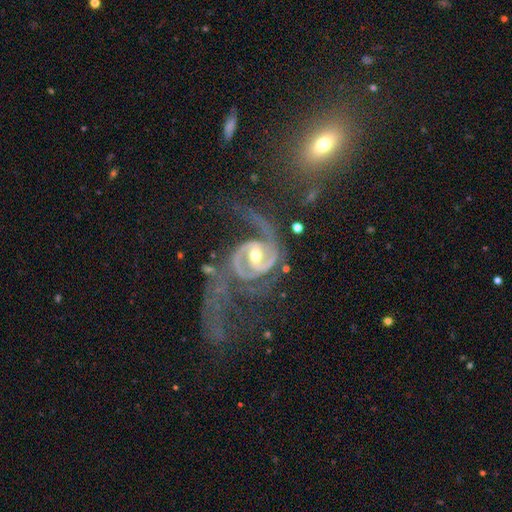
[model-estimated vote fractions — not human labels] This appears to be a featured or disk galaxy (92%) with a weak bar (43%), 2 (81%) medium (48%) spiral arms (97%) and a moderate central bulge (65%). Merging: major disturbance (40%).